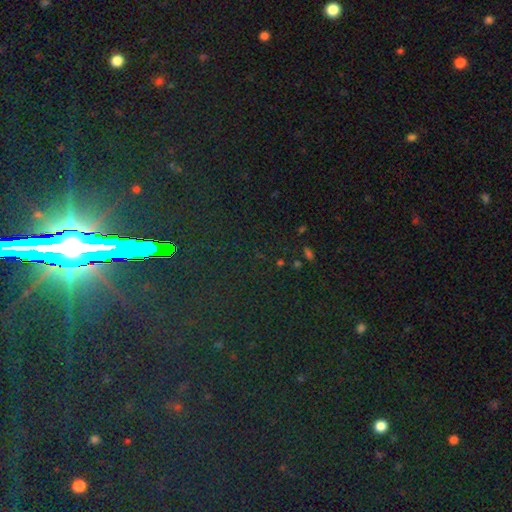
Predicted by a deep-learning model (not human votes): A star or artifact, not a galaxy (81%).

Vote fractions:
- Smooth or featured? star or artifact: 81% / featured or disk: 10% / smooth: 9%